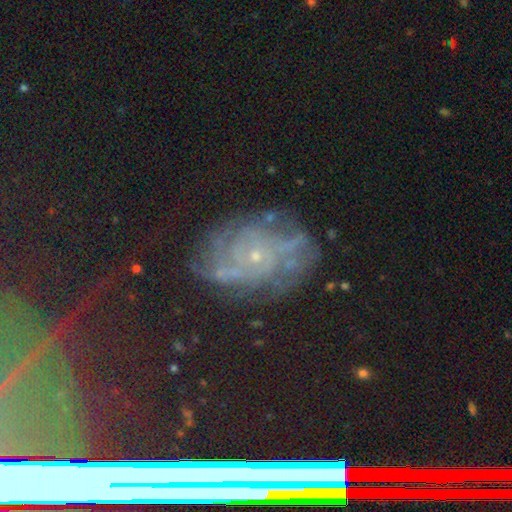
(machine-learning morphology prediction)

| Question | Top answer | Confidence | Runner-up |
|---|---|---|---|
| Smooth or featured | featured or disk | 61% | star or artifact (26%) |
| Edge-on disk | no | 96% | yes (4%) |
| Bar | no | 81% | weak (15%) |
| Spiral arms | yes | 85% | no (15%) |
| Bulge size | small | 83% | moderate (12%) |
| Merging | none | 69% | minor disturbance (18%) |